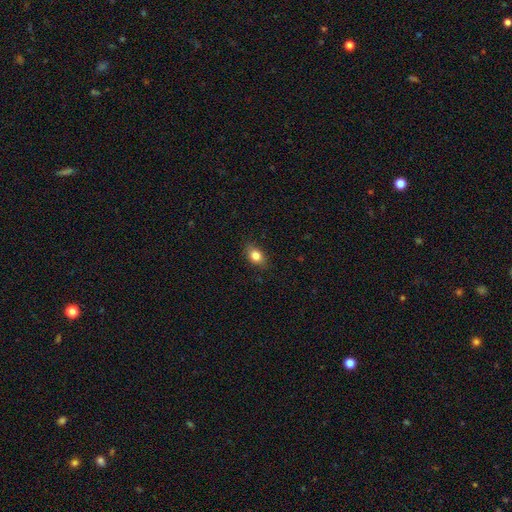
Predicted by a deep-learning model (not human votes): Morphology: type=smooth (83%); roundness=in between (73%); merging=none (84%).